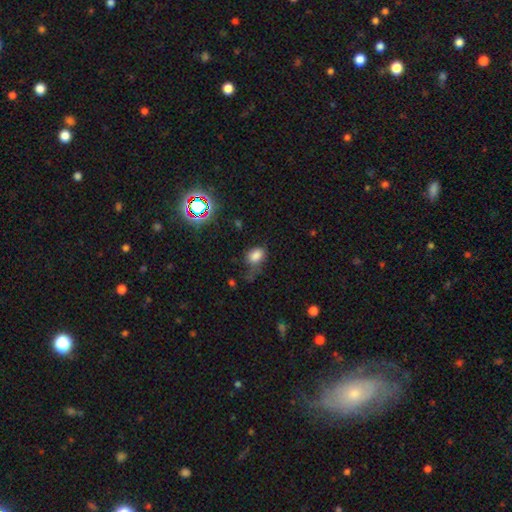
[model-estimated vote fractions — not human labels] This is likely a smooth galaxy (79%). How rounded: likely in between (73%). Merging: possibly none (46%).